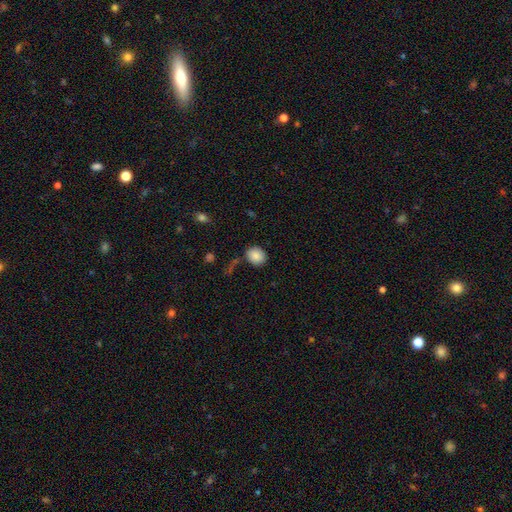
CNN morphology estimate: type=smooth (86%); roundness=round (74%); merging=none (79%).